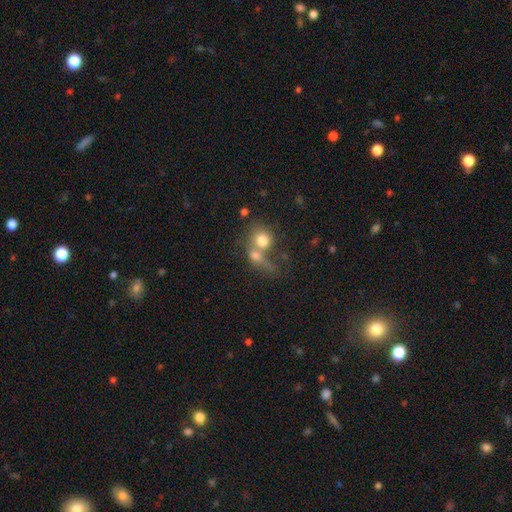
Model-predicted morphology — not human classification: type=smooth (70%); roundness=round (65%); merging=merger (66%).